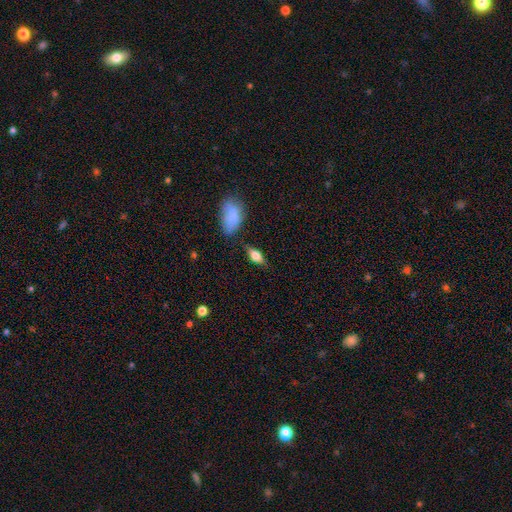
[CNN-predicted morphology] The model was most divided on "smooth or featured": smooth: 66%, featured or disk: 26%, star or artifact: 8%. More confident: how rounded — in between (79%); merging — none (74%).